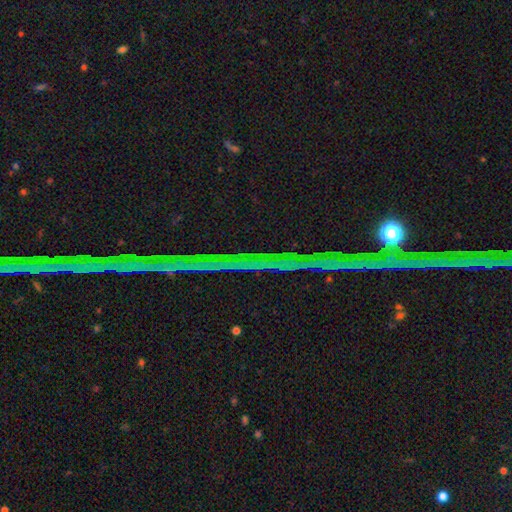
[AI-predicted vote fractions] This appears to be a star or artifact, not a galaxy (86%).